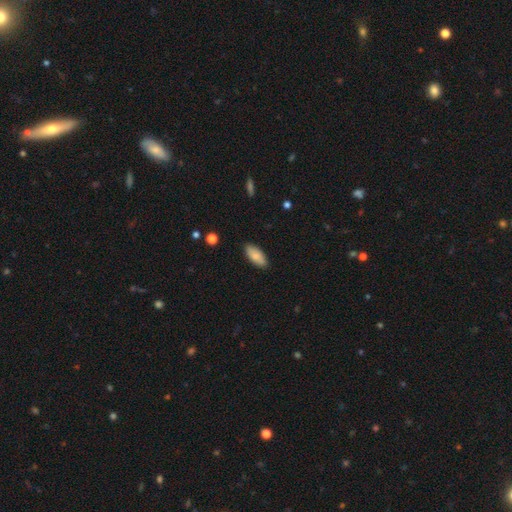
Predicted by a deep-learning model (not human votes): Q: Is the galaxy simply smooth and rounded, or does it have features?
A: smooth — 83%.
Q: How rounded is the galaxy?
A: in between — 85%.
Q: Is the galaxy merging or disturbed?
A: none — 86%.